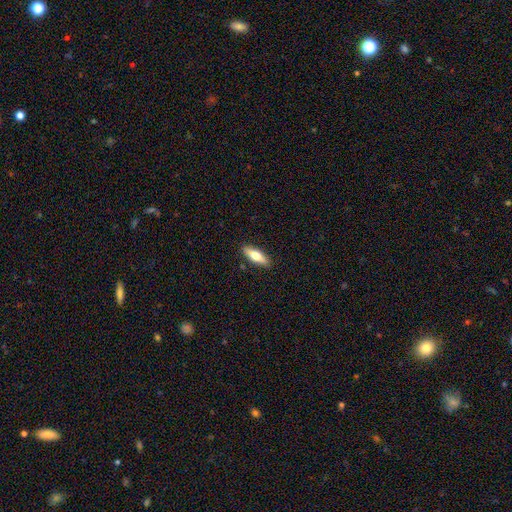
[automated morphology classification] smooth 62%, featured or disk 32%, star or artifact 6%. Down the decision tree: how rounded — in between (53%); merging — none (89%).